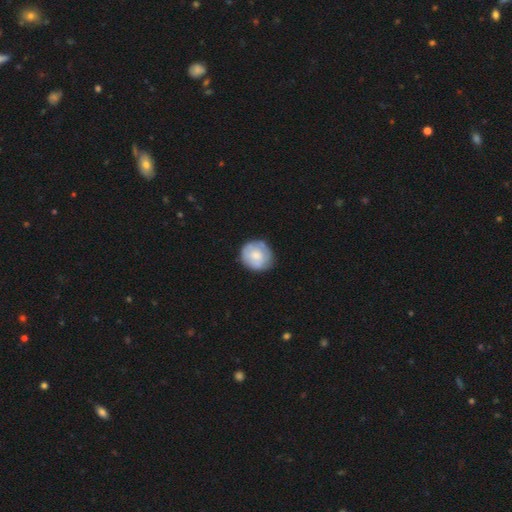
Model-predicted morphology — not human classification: smooth-or-featured: smooth: 63% | featured or disk: 32% | star or artifact: 6%
  how-rounded: round: 89% | in between: 11% | cigar-shaped: 1%
  merging: none: 77% | minor disturbance: 17% | major disturbance: 4% | merger: 1%